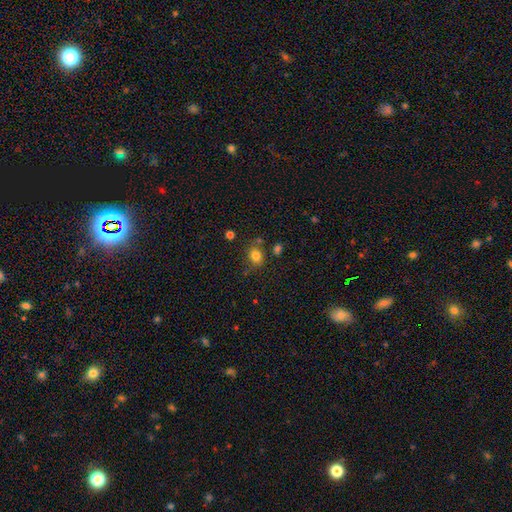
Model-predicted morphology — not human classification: A smooth galaxy with no disk features (79%) that is round (58%). Merging: none (68%).